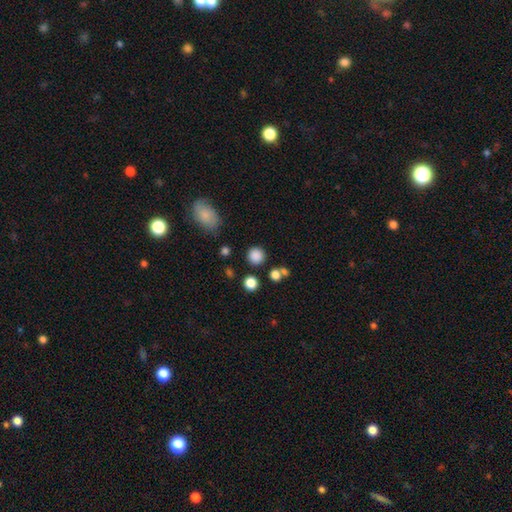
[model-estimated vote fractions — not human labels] smooth-or-featured: smooth: 84% | star or artifact: 12% | featured or disk: 4%
  how-rounded: round: 92% | in between: 7% | cigar-shaped: 1%
  merging: none: 83% | minor disturbance: 8% | merger: 6% | major disturbance: 3%